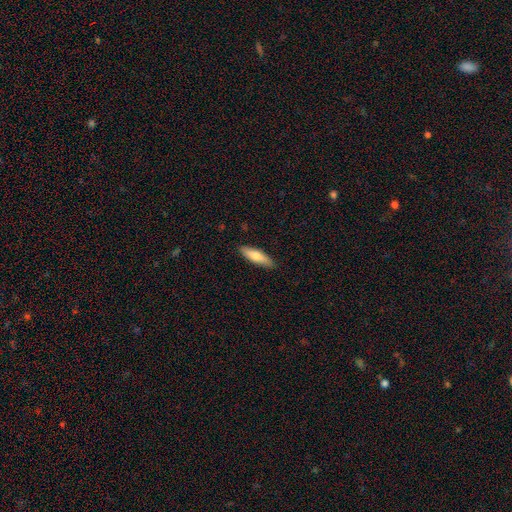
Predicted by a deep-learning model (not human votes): A smooth galaxy with no disk features (73%) that is cigar-shaped (58%).

Vote fractions:
- Smooth or featured? smooth: 73% / featured or disk: 21% / star or artifact: 6%
- How rounded? cigar-shaped: 58% / in between: 40% / round: 2%
- Merging? none: 88% / minor disturbance: 9% / major disturbance: 2% / merger: 1%